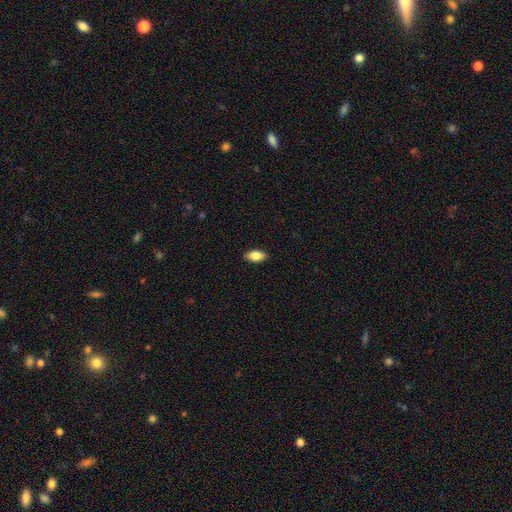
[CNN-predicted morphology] Smooth or featured: smooth — 86% (featured or disk — 8%)
How rounded: in between — 92% (cigar-shaped — 5%)
Merging: none — 89% (minor disturbance — 8%)